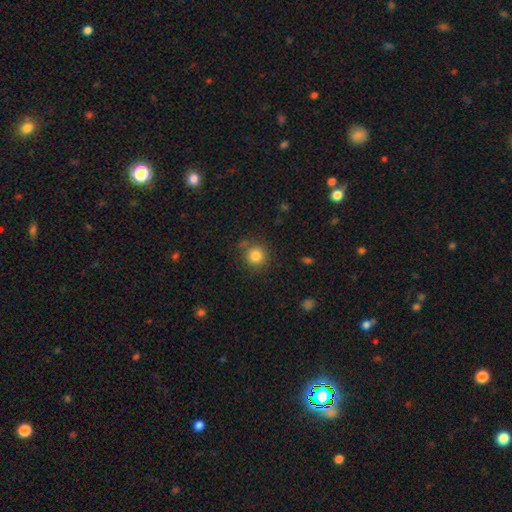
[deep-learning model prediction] Smooth or featured: smooth — 83% (star or artifact — 11%)
How rounded: round — 93% (in between — 6%)
Merging: none — 80% (minor disturbance — 11%)